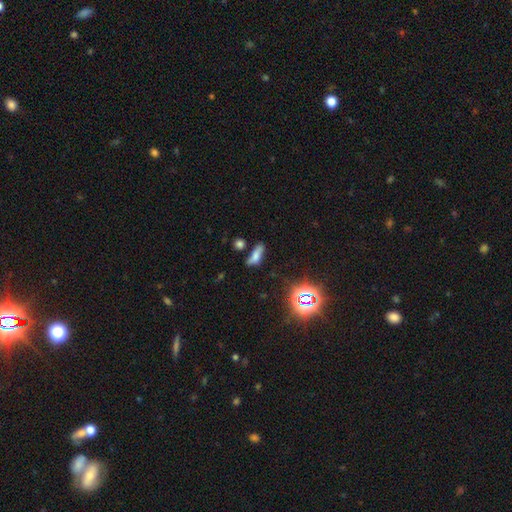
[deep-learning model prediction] This is likely a smooth galaxy (63%). How rounded: likely in between (61%). Merging: possibly none (50%).